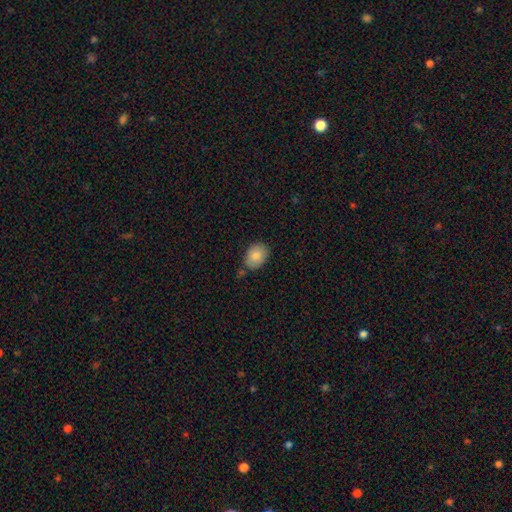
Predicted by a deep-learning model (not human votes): Smooth or featured: smooth — 84% (featured or disk — 9%)
How rounded: in between — 76% (round — 23%)
Merging: none — 74% (minor disturbance — 18%)